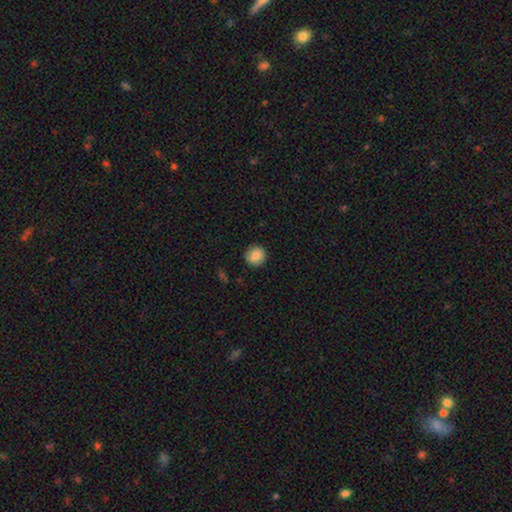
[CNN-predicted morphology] Smooth or featured: smooth — 85% (star or artifact — 8%)
How rounded: round — 90% (in between — 9%)
Merging: none — 89% (minor disturbance — 8%)